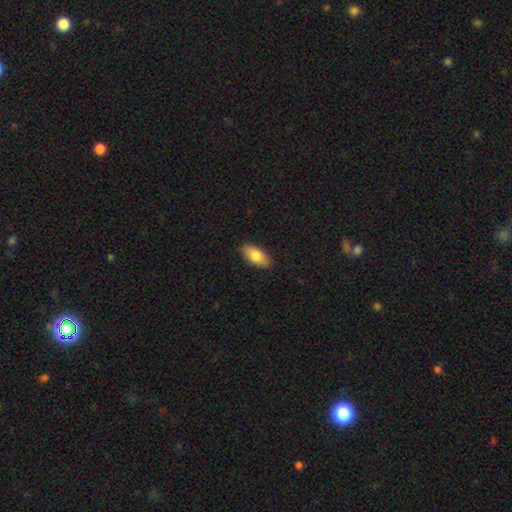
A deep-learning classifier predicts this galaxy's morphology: A smooth galaxy with no disk features (81%) that is in between round and cigar-shaped (91%).

Vote fractions:
- Smooth or featured? smooth: 81% / featured or disk: 13% / star or artifact: 6%
- How rounded? in between: 91% / cigar-shaped: 6% / round: 3%
- Merging? none: 88% / minor disturbance: 10% / major disturbance: 2% / merger: 1%